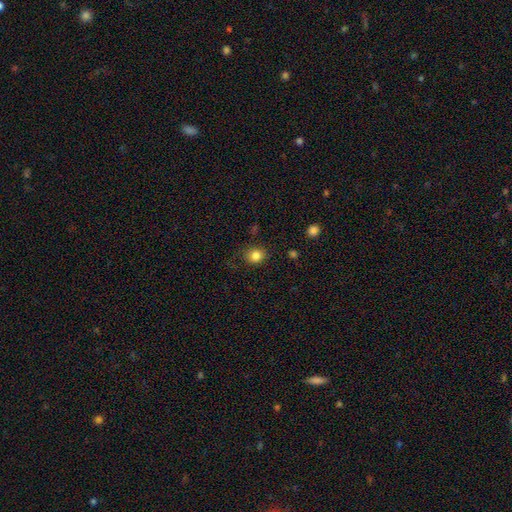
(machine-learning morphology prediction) Smooth or featured? smooth (83%)
How rounded? round (74%)
Merging? none (79%)